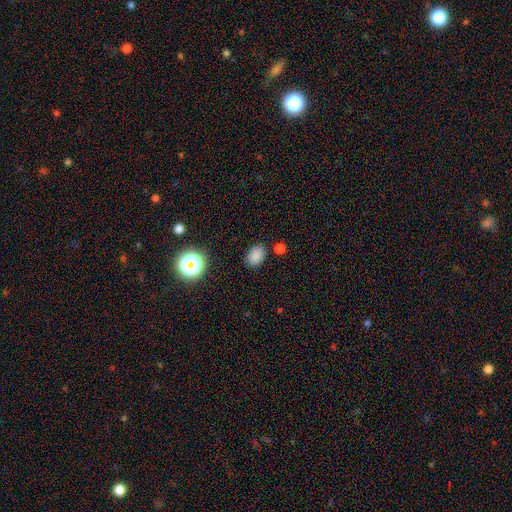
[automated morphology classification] smooth_or_featured: smooth (p=0.82) [alt: star or artifact p=0.14]
how_rounded: in between (p=0.80) [alt: round p=0.19]
merging: none (p=0.82) [alt: minor disturbance p=0.11]